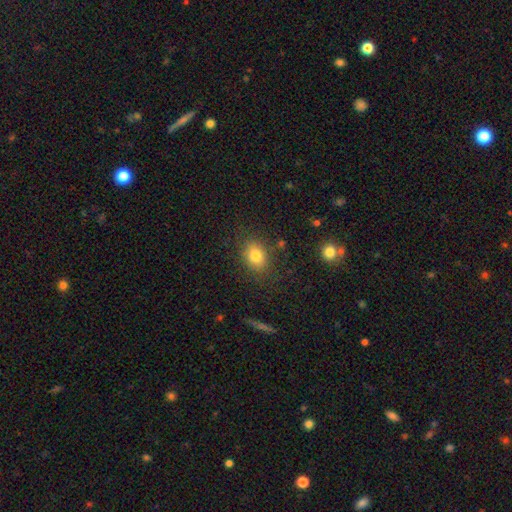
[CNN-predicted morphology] Smooth or featured?
  - smooth: 81% *
  - star or artifact: 10%
  - featured or disk: 9%
How rounded?
  - in between: 61% *
  - round: 37%
  - cigar-shaped: 1%
Merging?
  - none: 82% *
  - minor disturbance: 12%
  - major disturbance: 4%
  - merger: 2%